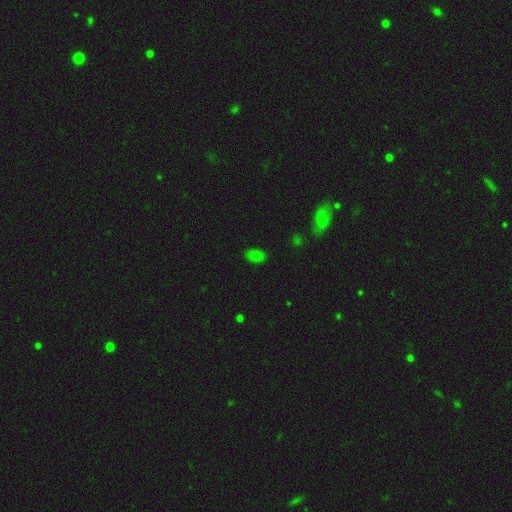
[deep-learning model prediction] This is likely a smooth galaxy (77%). How rounded: clearly in between (88%). Merging: clearly none (82%).